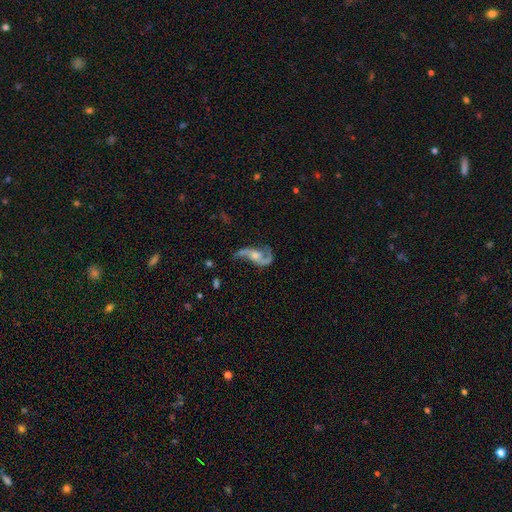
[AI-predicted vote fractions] A featured or disk galaxy (87%) with no bar (58%), 2 (92%) loose (79%) spiral arms (95%) and a moderate central bulge (47%).

Vote fractions:
- Smooth or featured? featured or disk: 87% / smooth: 7% / star or artifact: 5%
- Edge-on disk? no: 96% / yes: 4%
- Bar? no: 58% / weak: 32% / strong: 10%
- Spiral arms? yes: 95% / no: 5%
- Spiral winding? loose: 79% / medium: 17% / tight: 4%
- Spiral arm count? 2: 92% / 1: 3% / can't tell: 2% / 3: 1% / 4: 1% / more than 4: 1%
- Bulge size? moderate: 47% / small: 37% / none: 9% / large: 6% / dominant: 2%
- Merging? none: 60% / minor disturbance: 20% / major disturbance: 17% / merger: 4%